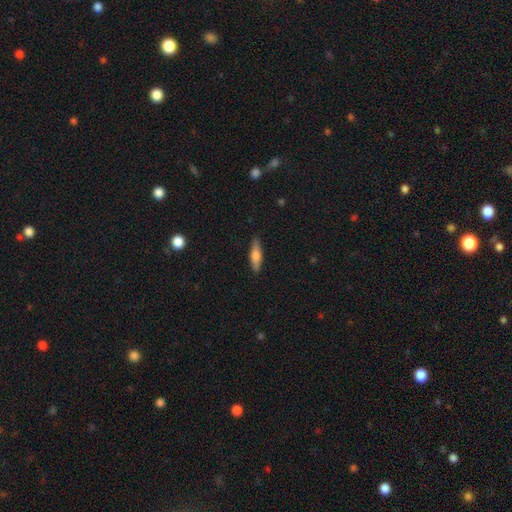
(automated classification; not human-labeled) Q: Smooth or featured?
A: smooth (67%); runner-up: featured or disk (27%)
Q: How rounded?
A: cigar-shaped (61%); runner-up: in between (37%)
Q: Merging?
A: none (85%); runner-up: minor disturbance (12%)